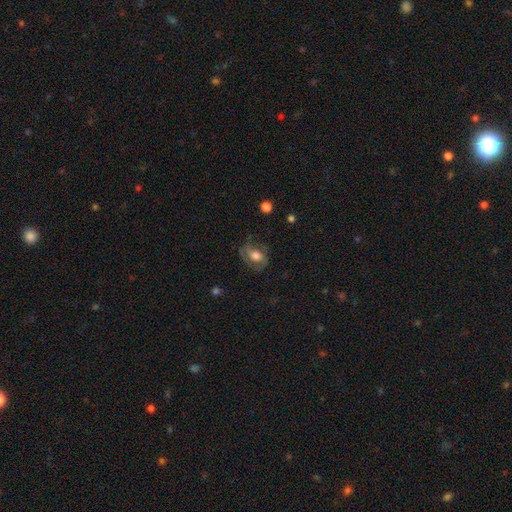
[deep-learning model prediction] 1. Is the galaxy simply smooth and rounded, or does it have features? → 55% featured or disk, 37% smooth, 8% star or artifact.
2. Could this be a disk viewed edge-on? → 96% no, 4% yes.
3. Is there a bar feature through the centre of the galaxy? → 63% no, 28% weak, 9% strong.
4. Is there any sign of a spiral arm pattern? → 79% yes, 21% no.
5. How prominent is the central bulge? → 52% moderate, 35% large, 8% small, 3% dominant, 2% none.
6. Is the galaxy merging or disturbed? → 57% none, 24% minor disturbance, 18% major disturbance, 2% merger.